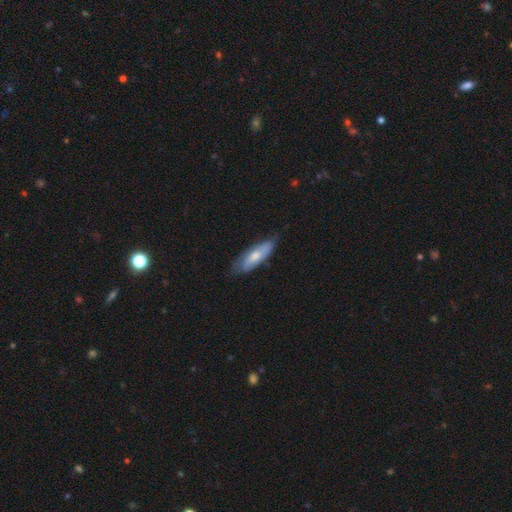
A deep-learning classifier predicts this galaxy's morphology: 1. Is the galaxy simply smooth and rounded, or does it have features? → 58% smooth, 36% featured or disk, 6% star or artifact.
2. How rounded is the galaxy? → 53% in between, 45% cigar-shaped, 2% round.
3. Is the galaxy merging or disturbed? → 68% none, 25% minor disturbance, 5% major disturbance, 1% merger.